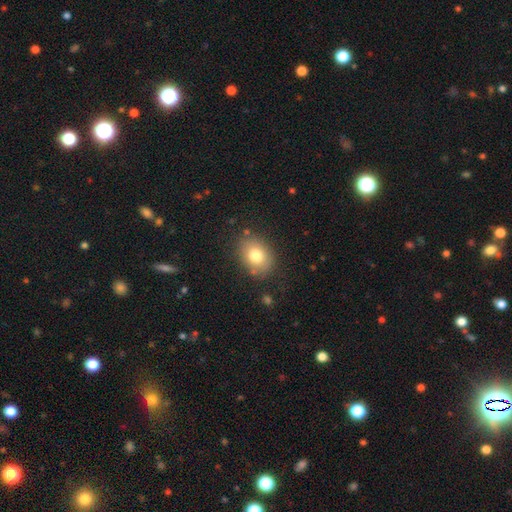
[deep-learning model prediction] smooth 77%, featured or disk 13%, star or artifact 10%. Down the decision tree: how rounded — in between (62%); merging — none (81%).